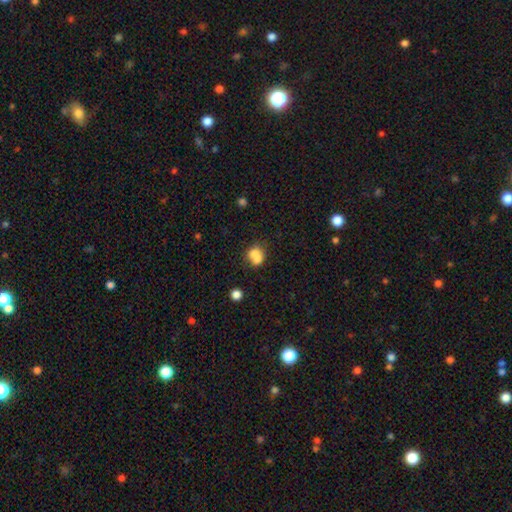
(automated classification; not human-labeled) This is likely a smooth galaxy (69%). How rounded: likely round (65%). Merging: possibly merger (58%).